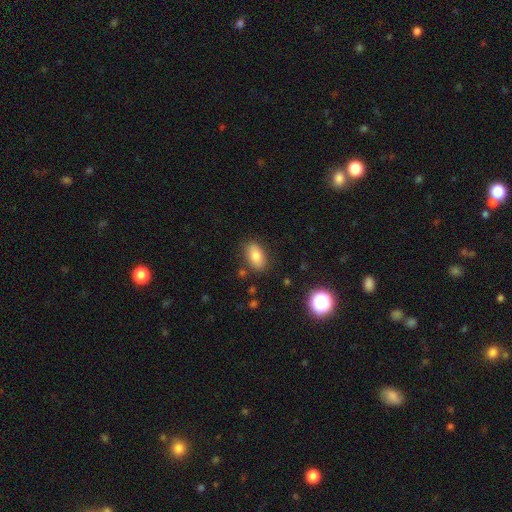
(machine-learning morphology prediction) Smooth or featured?
  - smooth: 79% *
  - featured or disk: 12%
  - star or artifact: 9%
How rounded?
  - in between: 88% *
  - round: 9%
  - cigar-shaped: 3%
Merging?
  - none: 83% *
  - minor disturbance: 12%
  - major disturbance: 3%
  - merger: 2%